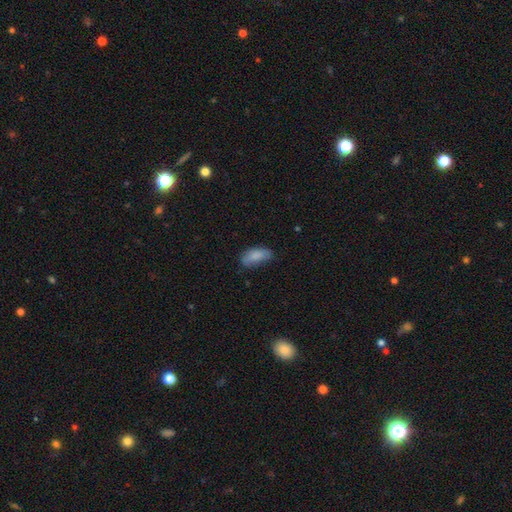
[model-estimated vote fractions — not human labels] The model was most divided on "merging": none: 62%, minor disturbance: 29%, major disturbance: 7%, merger: 2%. More confident: how rounded — in between (89%); smooth or featured — smooth (83%).